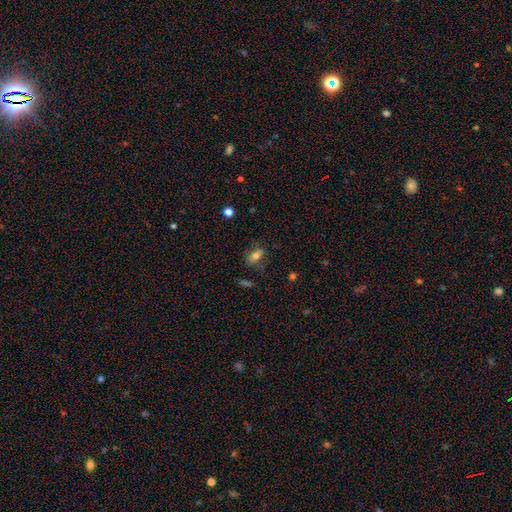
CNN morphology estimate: smooth_or_featured: smooth (p=0.71) [alt: featured or disk p=0.17]
how_rounded: in between (p=0.78) [alt: round p=0.17]
merging: none (p=0.73) [alt: minor disturbance p=0.18]